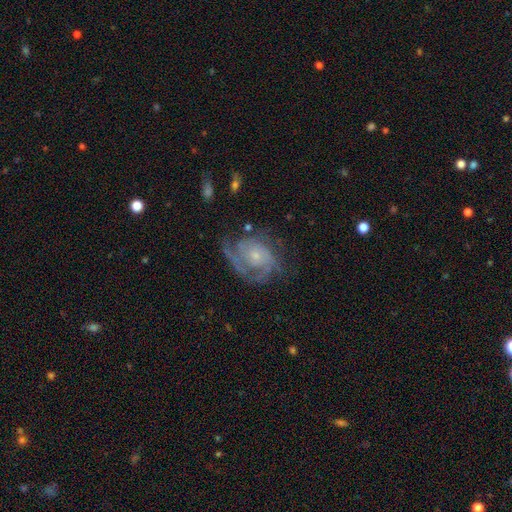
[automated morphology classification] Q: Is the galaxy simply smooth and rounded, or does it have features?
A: featured or disk — 82%.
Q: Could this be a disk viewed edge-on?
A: no — 98%.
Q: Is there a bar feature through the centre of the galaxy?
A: no — 75%.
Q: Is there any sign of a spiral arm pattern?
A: yes — 92%.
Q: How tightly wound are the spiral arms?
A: tight — 51%.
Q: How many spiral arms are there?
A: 2 — 32%.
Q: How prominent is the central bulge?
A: small — 67%.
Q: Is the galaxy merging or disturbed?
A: none — 57%.